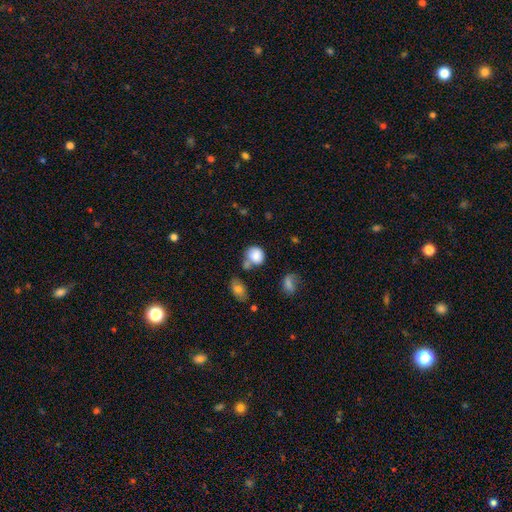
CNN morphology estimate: This appears to be a smooth galaxy with no disk features (82%) that is round (70%). Merging: none (45%).